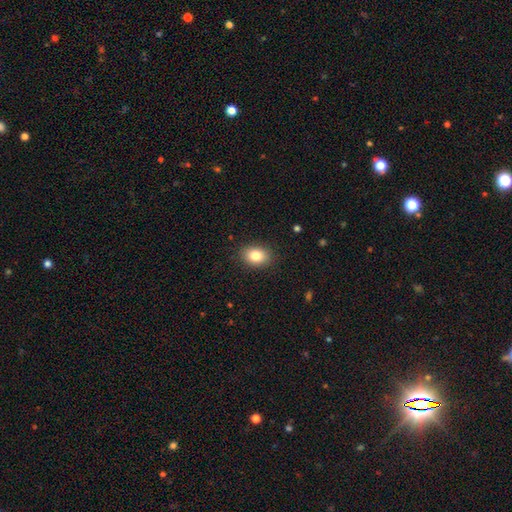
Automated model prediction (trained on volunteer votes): A smooth galaxy with no disk features (82%) that is in between round and cigar-shaped (71%). Merging: none (88%).